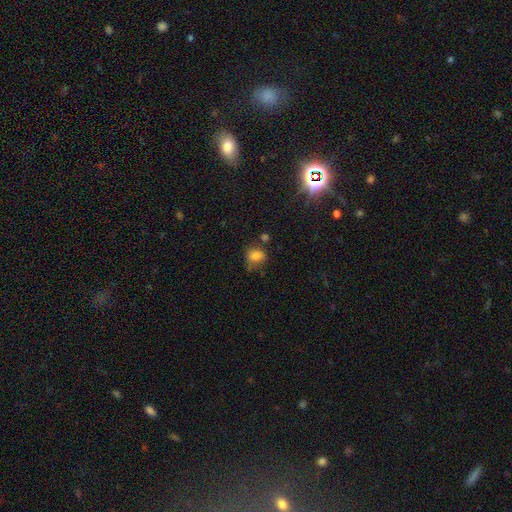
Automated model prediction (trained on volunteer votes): smooth 78%, star or artifact 12%, featured or disk 9%. Down the decision tree: how rounded — in between (51%); merging — none (58%).